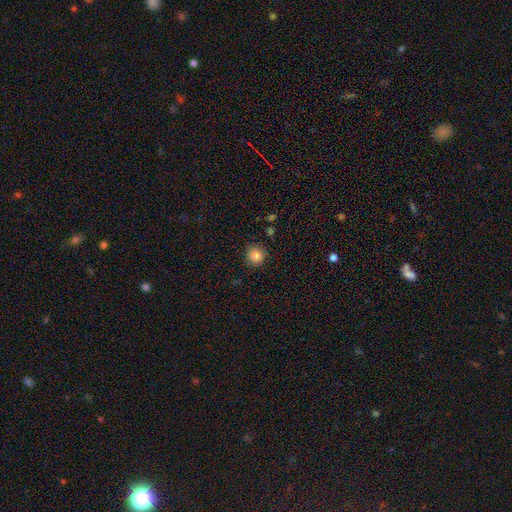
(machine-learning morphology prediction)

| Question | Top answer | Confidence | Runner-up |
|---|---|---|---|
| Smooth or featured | smooth | 83% | star or artifact (11%) |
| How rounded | round | 92% | in between (7%) |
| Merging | none | 88% | minor disturbance (8%) |